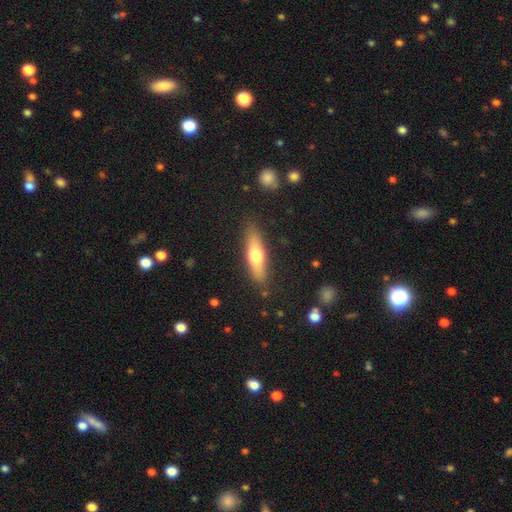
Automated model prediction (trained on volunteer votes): smooth 56%, featured or disk 38%, star or artifact 6%. Down the decision tree: how rounded — cigar-shaped (64%); merging — none (86%).